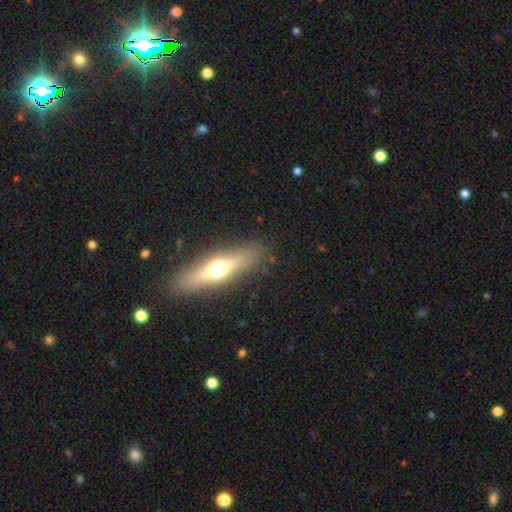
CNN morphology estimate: type=featured or disk (49%); merging=none (87%).